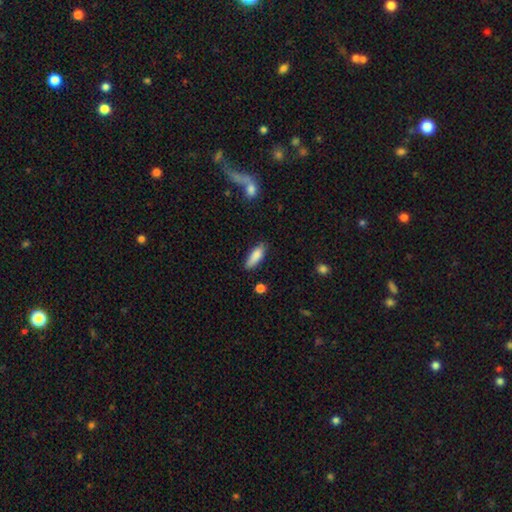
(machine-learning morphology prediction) type=smooth (84%); roundness=in between (57%); merging=none (77%).